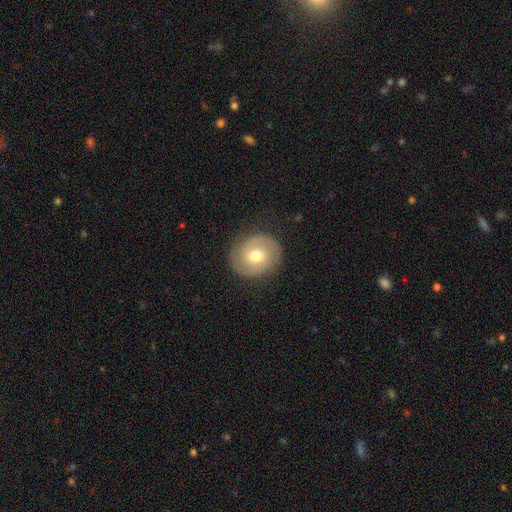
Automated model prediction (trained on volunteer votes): A featured or disk galaxy (60%) with no bar (61%), spiral arms (81%) and a moderate central bulge (75%). Merging: none (85%).